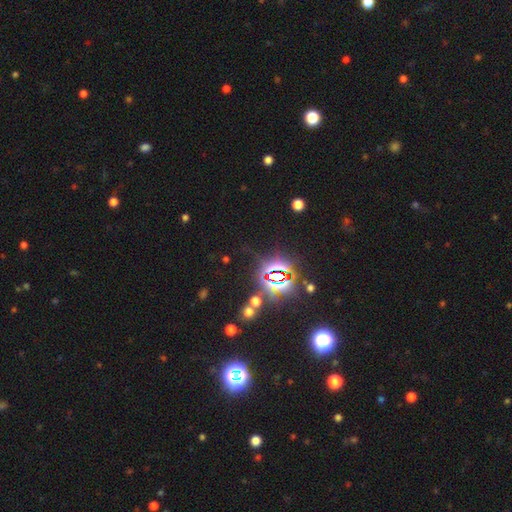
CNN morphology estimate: smooth_or_featured: star or artifact (p=0.83) [alt: smooth p=0.10]